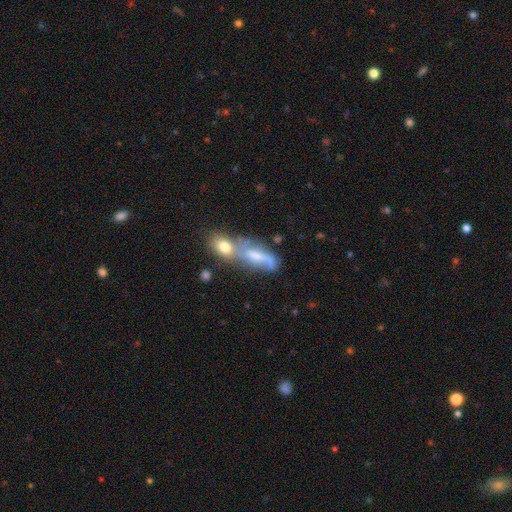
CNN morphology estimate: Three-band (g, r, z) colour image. It shows a featured or disk galaxy (55%). Merging: merger (55%).